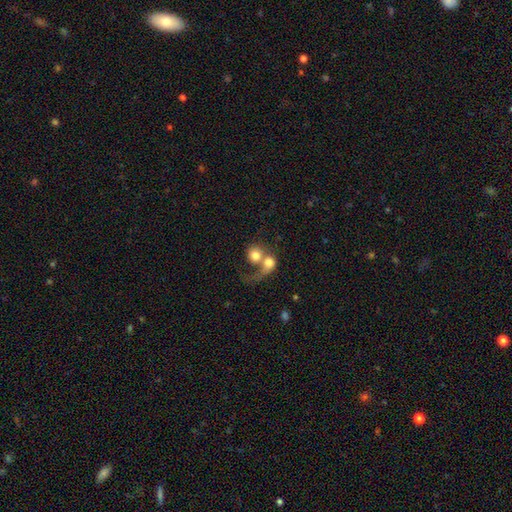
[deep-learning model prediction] This is likely a smooth galaxy (63%). How rounded: likely round (79%). Merging: likely merger (66%).